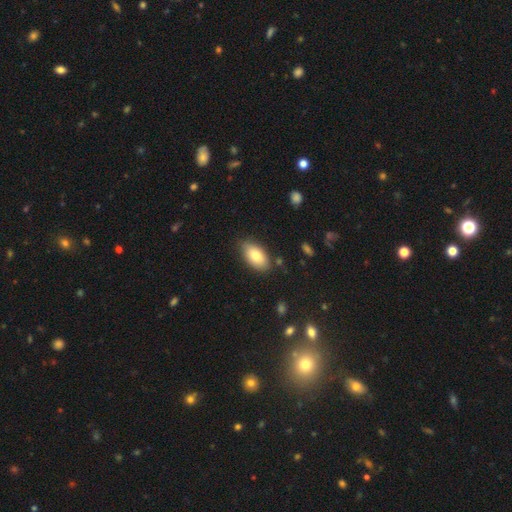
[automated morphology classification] smooth-or-featured: smooth: 80% | featured or disk: 14% | star or artifact: 7%
  how-rounded: in between: 93% | round: 4% | cigar-shaped: 3%
  merging: none: 80% | minor disturbance: 15% | major disturbance: 3% | merger: 2%